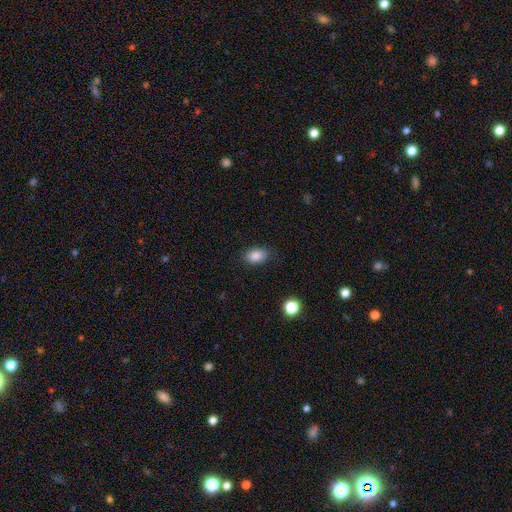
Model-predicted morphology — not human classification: Smooth or featured? smooth (86%)
How rounded? in between (84%)
Merging? none (82%)